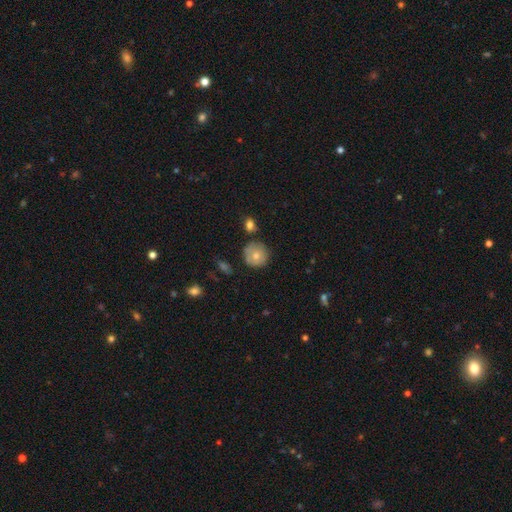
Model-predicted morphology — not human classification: smooth-or-featured: smooth: 70% | featured or disk: 21% | star or artifact: 8%
  how-rounded: round: 90% | in between: 9% | cigar-shaped: 1%
  merging: none: 71% | minor disturbance: 19% | merger: 5% | major disturbance: 4%